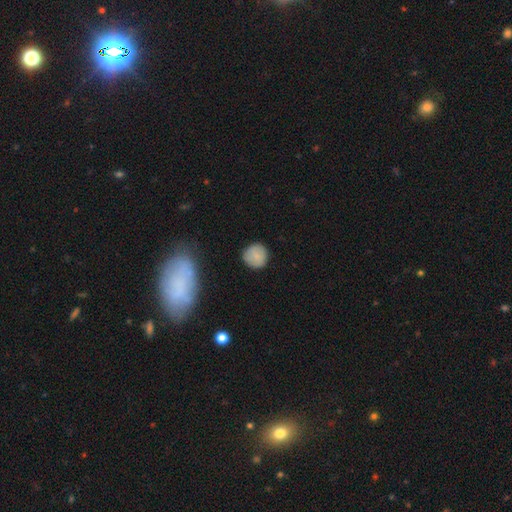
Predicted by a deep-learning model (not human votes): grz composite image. It shows a smooth galaxy with no disk features (81%) that is round (92%). Merging: none (84%).